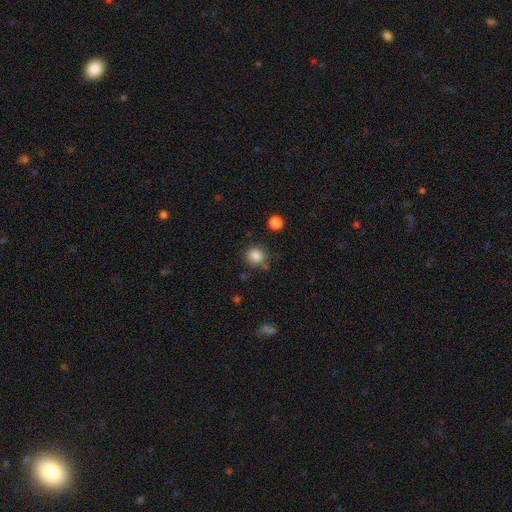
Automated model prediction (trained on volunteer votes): Smooth or featured? smooth (84%)
How rounded? round (84%)
Merging? none (75%)